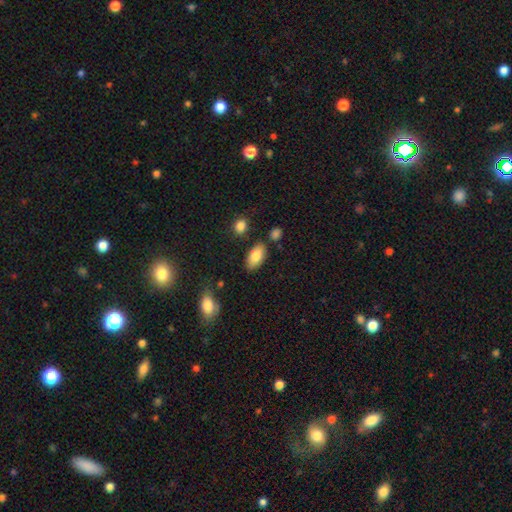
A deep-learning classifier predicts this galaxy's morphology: A smooth galaxy with no disk features (81%) that is in between round and cigar-shaped (92%).

Vote fractions:
- Smooth or featured? smooth: 81% / featured or disk: 11% / star or artifact: 7%
- How rounded? in between: 92% / cigar-shaped: 4% / round: 4%
- Merging? none: 81% / minor disturbance: 12% / merger: 5% / major disturbance: 3%